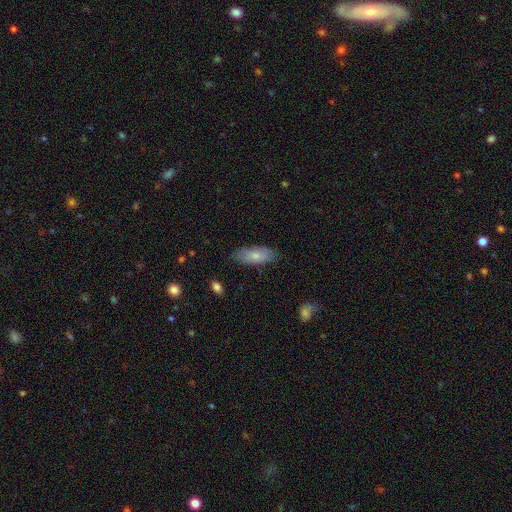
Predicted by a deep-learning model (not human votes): Smooth or featured? smooth (76%)
How rounded? in between (80%)
Merging? none (78%)